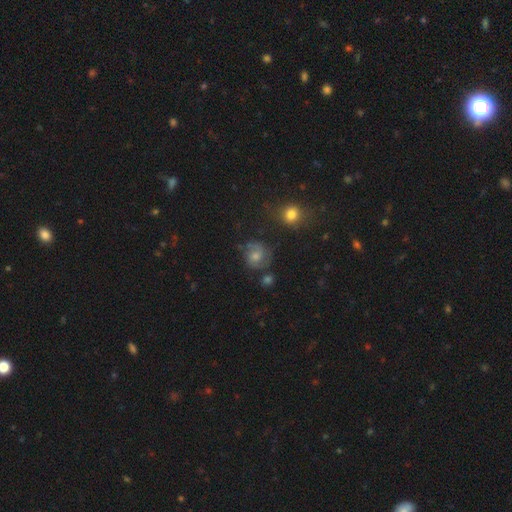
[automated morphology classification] This is possibly a featured or disk galaxy (51%). It is clearly not viewed edge-on (98%). Merging: likely none (63%).